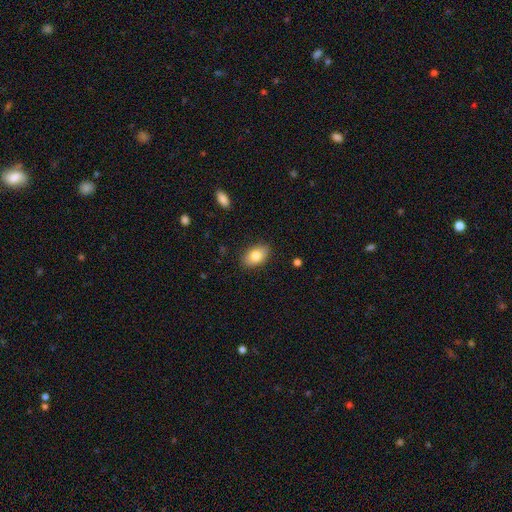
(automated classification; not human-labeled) smooth 81%, featured or disk 12%, star or artifact 7%. Down the decision tree: how rounded — in between (90%); merging — none (87%).